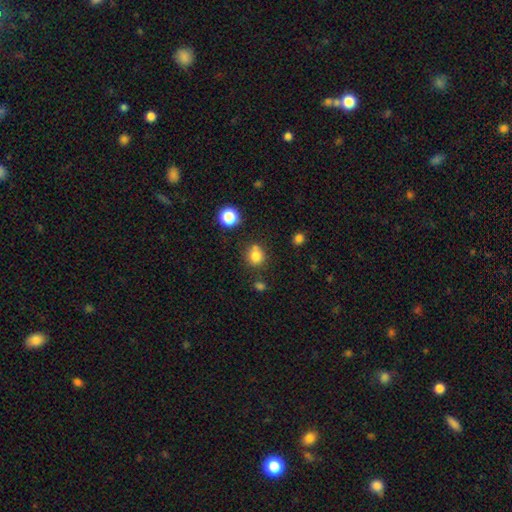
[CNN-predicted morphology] smooth 80%, star or artifact 13%, featured or disk 7%. Down the decision tree: how rounded — round (82%); merging — none (68%).